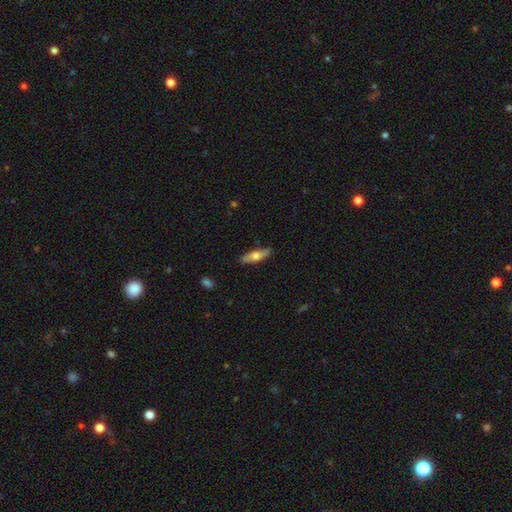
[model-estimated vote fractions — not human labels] Smooth or featured: smooth — 56% (featured or disk — 38%)
How rounded: cigar-shaped — 60% (in between — 38%)
Merging: none — 88% (minor disturbance — 9%)